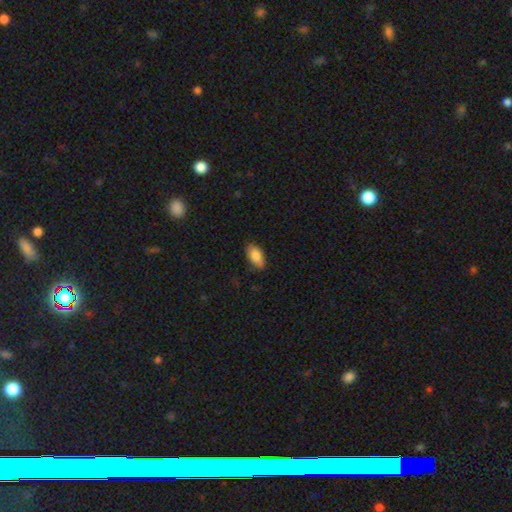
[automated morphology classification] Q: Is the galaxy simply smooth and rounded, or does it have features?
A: smooth — 85%.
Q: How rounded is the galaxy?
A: in between — 92%.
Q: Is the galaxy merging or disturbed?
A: none — 80%.